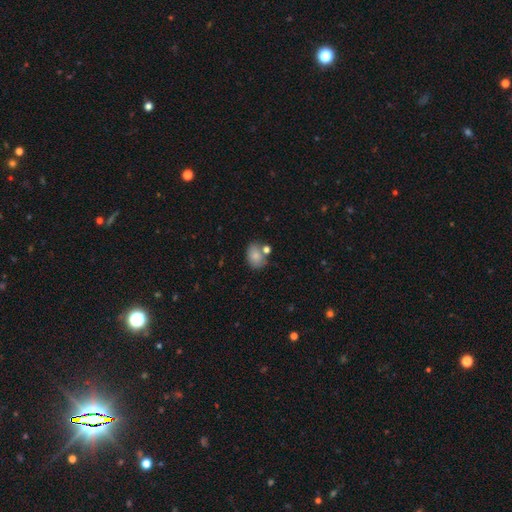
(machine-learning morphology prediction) Q: Smooth or featured?
A: smooth (80%); runner-up: featured or disk (11%)
Q: How rounded?
A: in between (67%); runner-up: round (32%)
Q: Merging?
A: none (54%); runner-up: merger (22%)